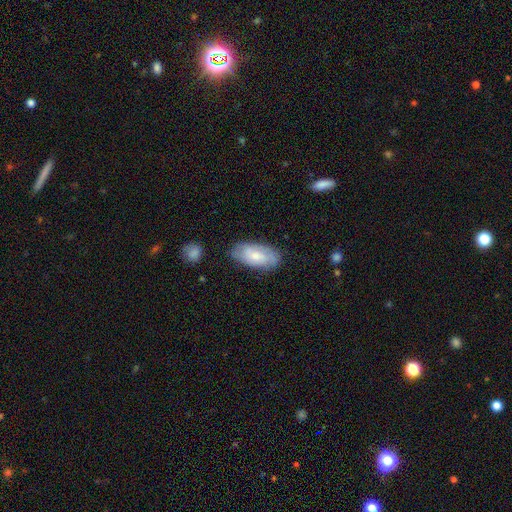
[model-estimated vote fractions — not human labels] smooth-or-featured: smooth: 55% | featured or disk: 39% | star or artifact: 6%
  how-rounded: in between: 92% | cigar-shaped: 5% | round: 3%
  merging: none: 74% | minor disturbance: 20% | major disturbance: 5% | merger: 2%